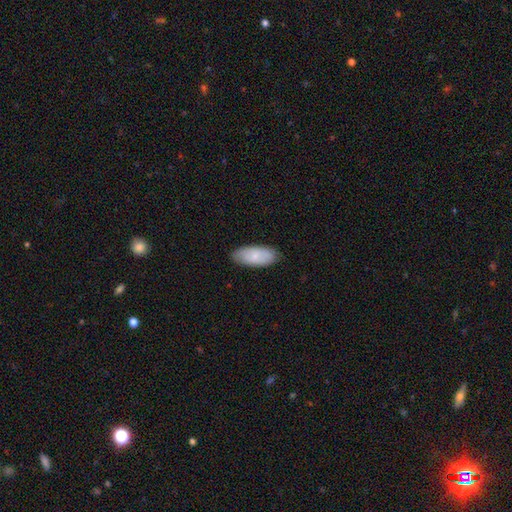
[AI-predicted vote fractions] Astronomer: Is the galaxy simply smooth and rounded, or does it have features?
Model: smooth — 76%.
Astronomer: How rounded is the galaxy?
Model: in between — 88%.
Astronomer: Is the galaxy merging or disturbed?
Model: none — 82%.